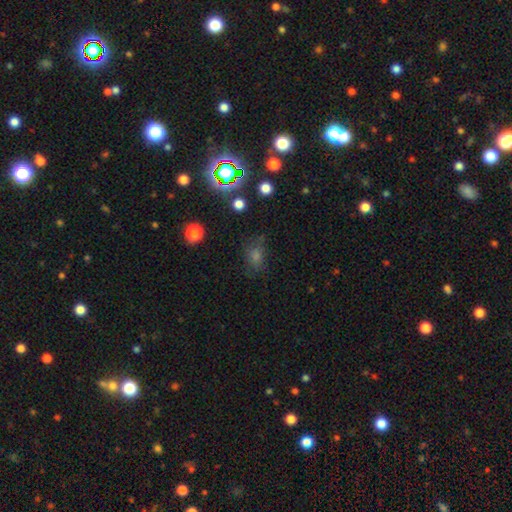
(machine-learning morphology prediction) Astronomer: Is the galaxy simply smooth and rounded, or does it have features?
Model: smooth — 46% (runner-up: star or artifact, 40%).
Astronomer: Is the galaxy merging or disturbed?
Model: none — 70%.